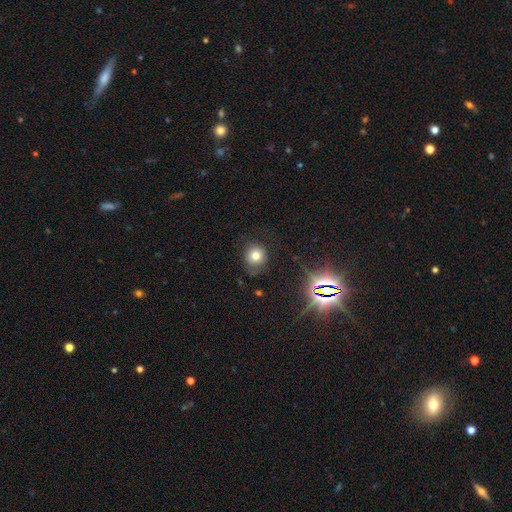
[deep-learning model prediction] Smooth or featured?
  - smooth: 74% *
  - star or artifact: 16%
  - featured or disk: 10%
How rounded?
  - round: 84% *
  - in between: 15%
  - cigar-shaped: 1%
Merging?
  - none: 73% *
  - minor disturbance: 18%
  - major disturbance: 6%
  - merger: 2%